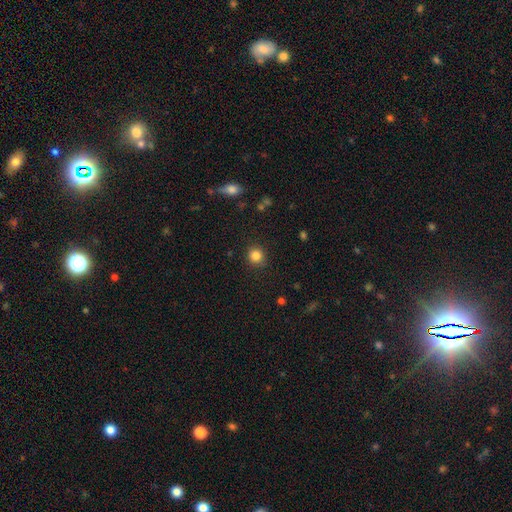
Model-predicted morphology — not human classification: type=smooth (85%); roundness=round (90%); merging=none (88%).